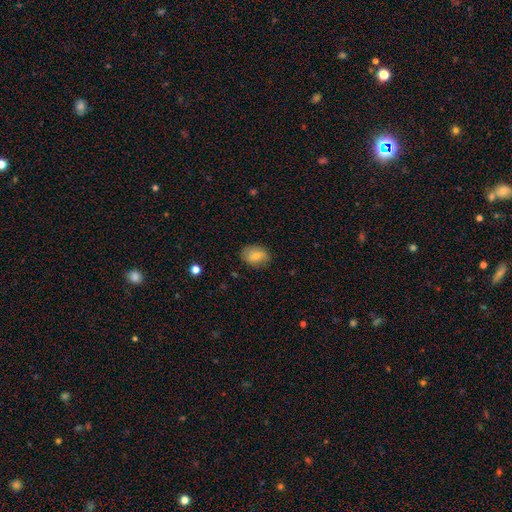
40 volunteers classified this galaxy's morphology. Smooth or featured? 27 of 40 (68%) said smooth. How rounded? 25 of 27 (93%) said in between. Merging? 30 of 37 (81%) said none.